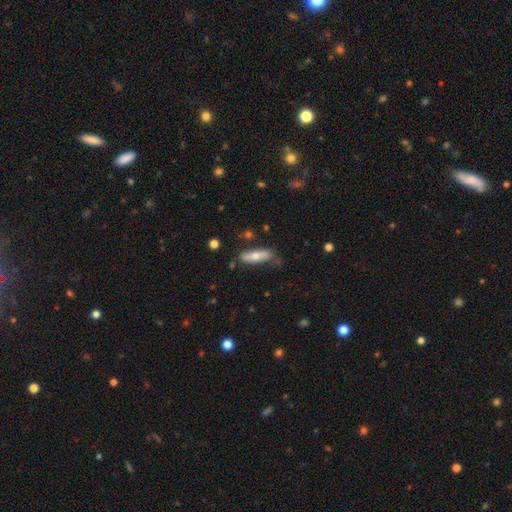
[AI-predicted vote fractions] Morphology: type=smooth (60%); roundness=cigar-shaped (54%); merging=none (64%).